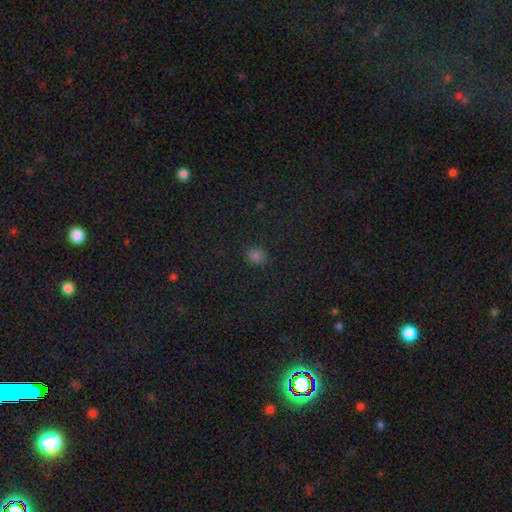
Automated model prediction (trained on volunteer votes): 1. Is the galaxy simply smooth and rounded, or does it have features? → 79% smooth, 16% star or artifact, 5% featured or disk.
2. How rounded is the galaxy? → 73% round, 26% in between, 1% cigar-shaped.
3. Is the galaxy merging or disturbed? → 87% none, 10% minor disturbance, 2% major disturbance, 1% merger.